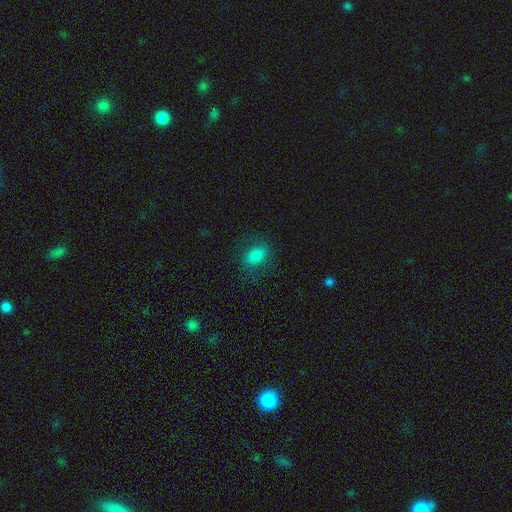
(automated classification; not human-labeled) This is likely a smooth galaxy (77%). How rounded: likely in between (77%). Merging: likely none (73%).